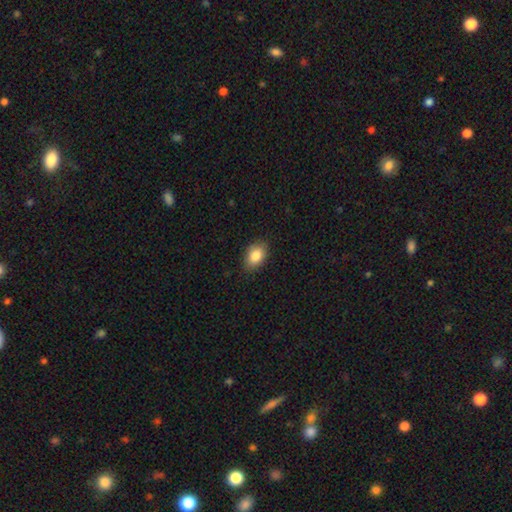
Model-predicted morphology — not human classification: A smooth galaxy with no disk features (86%) that is in between round and cigar-shaped (86%).

Vote fractions:
- Smooth or featured? smooth: 86% / star or artifact: 8% / featured or disk: 7%
- How rounded? in between: 86% / round: 13% / cigar-shaped: 1%
- Merging? none: 85% / minor disturbance: 12% / major disturbance: 2% / merger: 1%